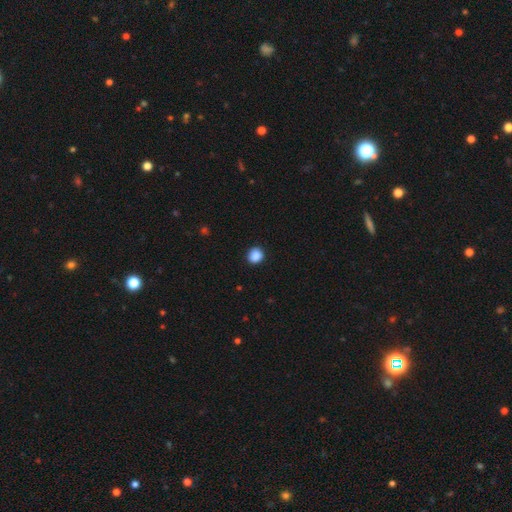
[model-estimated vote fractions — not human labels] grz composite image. It shows a smooth galaxy with no disk features (88%) that is round (86%). Merging: none (90%).